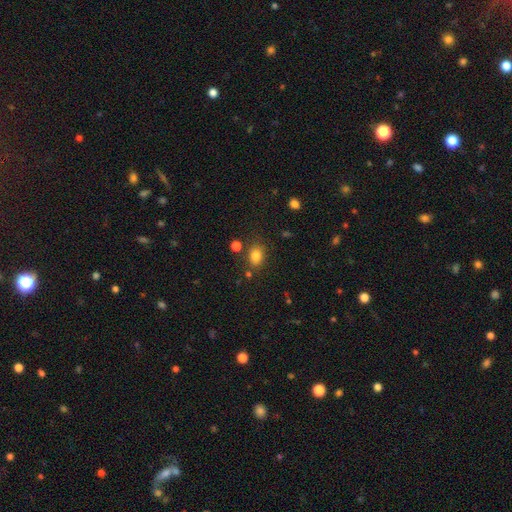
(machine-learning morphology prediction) A smooth galaxy with no disk features (81%) that is in between round and cigar-shaped (69%). Merging: none (75%).